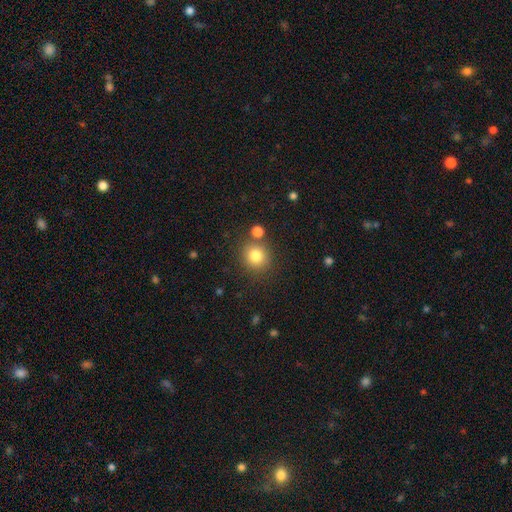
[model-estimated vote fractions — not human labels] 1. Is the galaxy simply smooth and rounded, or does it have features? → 81% smooth, 12% star or artifact, 7% featured or disk.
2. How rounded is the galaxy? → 88% round, 11% in between, 1% cigar-shaped.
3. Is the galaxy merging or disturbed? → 79% none, 9% merger, 9% minor disturbance, 3% major disturbance.